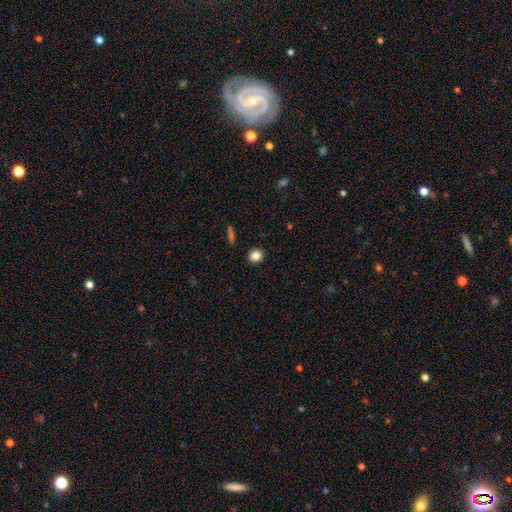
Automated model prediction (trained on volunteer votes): Smooth or featured? smooth (84%)
How rounded? round (76%)
Merging? none (91%)